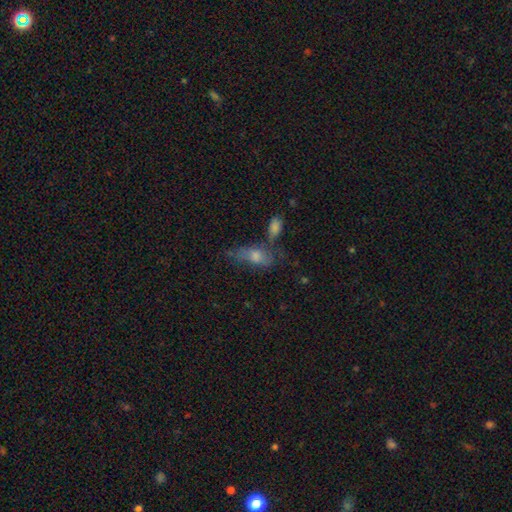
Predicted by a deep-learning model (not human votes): Smooth or featured? Predicted: smooth (p=0.57). How rounded? Predicted: in between (p=0.73). Merging? Predicted: none (p=0.41).